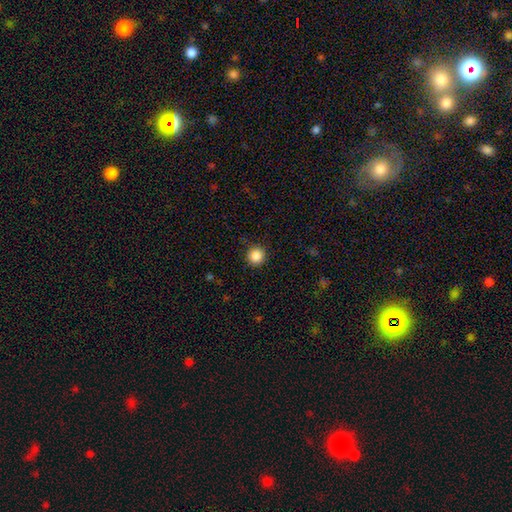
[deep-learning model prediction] This appears to be a smooth galaxy with no disk features (87%) that is round (96%). Merging: none (91%).